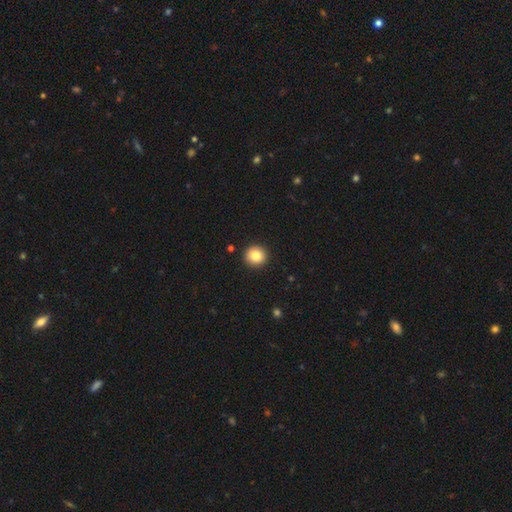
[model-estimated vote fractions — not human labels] This is clearly a smooth galaxy (83%). How rounded: clearly round (93%). Merging: clearly none (93%).